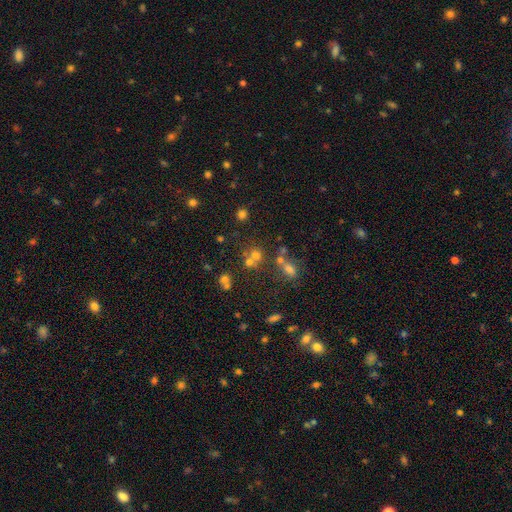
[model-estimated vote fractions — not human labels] A smooth galaxy with no disk features (55%) that is round (83%).

Vote fractions:
- Smooth or featured? smooth: 55% / star or artifact: 29% / featured or disk: 16%
- How rounded? round: 83% / in between: 16% / cigar-shaped: 1%
- Merging? none: 53% / merger: 34% / minor disturbance: 9% / major disturbance: 5%